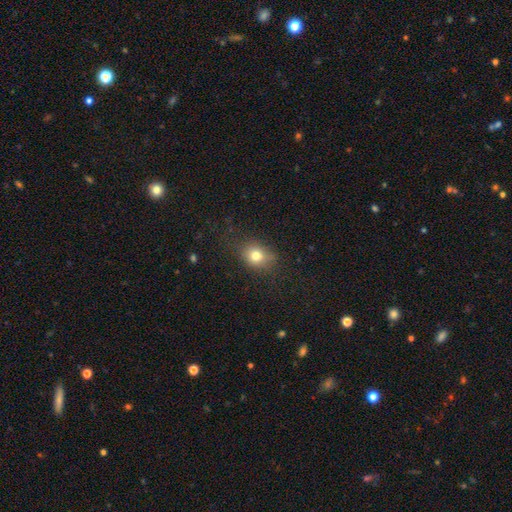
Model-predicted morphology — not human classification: Overall: smooth (77%). How rounded: round (56%; in between 43%). Merging: none (75%).